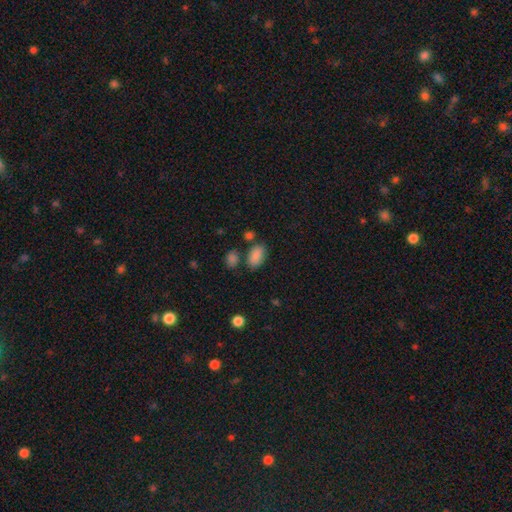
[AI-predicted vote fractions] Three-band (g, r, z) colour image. It shows a smooth galaxy with no disk features (86%) that is in between round and cigar-shaped (92%). Merging: none (69%).